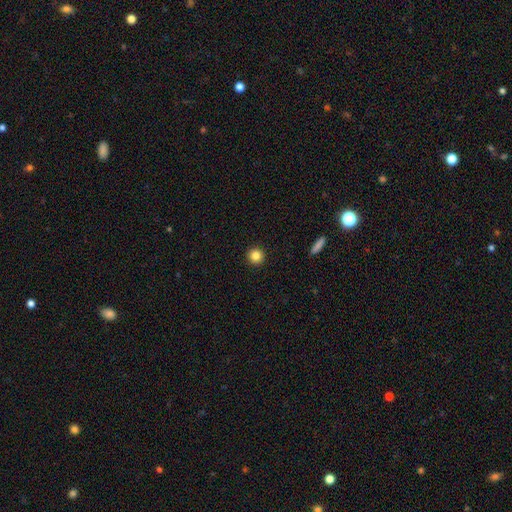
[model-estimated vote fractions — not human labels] Smooth or featured?
  - smooth: 84% *
  - star or artifact: 11%
  - featured or disk: 5%
How rounded?
  - round: 95% *
  - in between: 4%
  - cigar-shaped: 1%
Merging?
  - none: 94% *
  - minor disturbance: 4%
  - major disturbance: 1%
  - merger: 1%